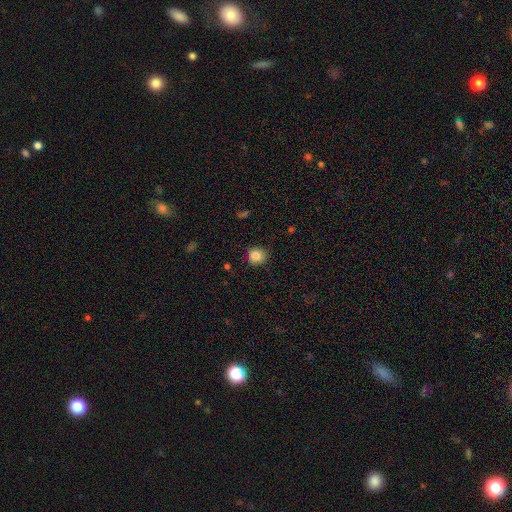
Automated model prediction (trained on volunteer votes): smooth-or-featured: smooth: 84% | star or artifact: 10% | featured or disk: 6%
  how-rounded: round: 88% | in between: 11% | cigar-shaped: 1%
  merging: none: 87% | minor disturbance: 10% | major disturbance: 2% | merger: 1%